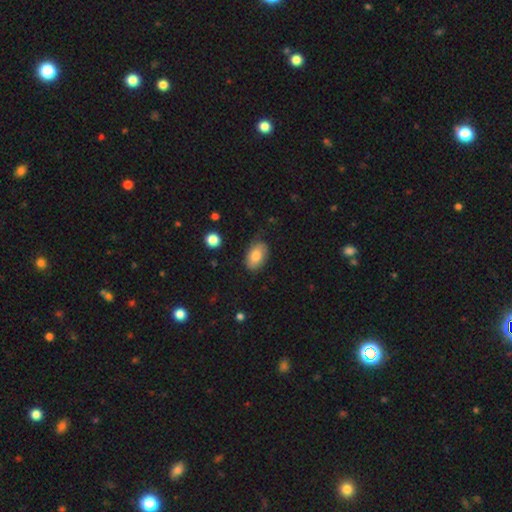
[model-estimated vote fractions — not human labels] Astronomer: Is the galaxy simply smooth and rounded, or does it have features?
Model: smooth — 75%.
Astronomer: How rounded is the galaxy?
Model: in between — 91%.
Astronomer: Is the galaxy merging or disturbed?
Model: none — 67%.